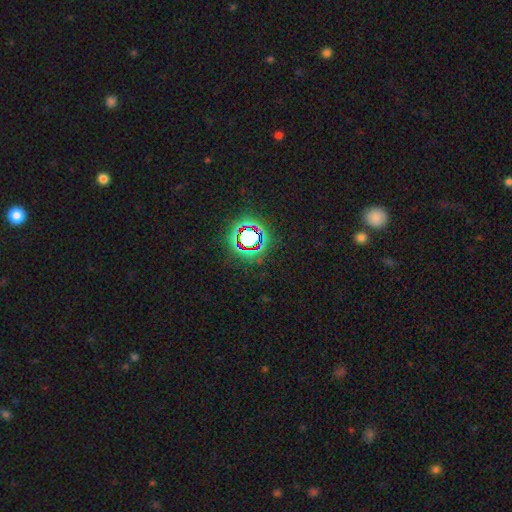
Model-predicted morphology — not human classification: A star or artifact, not a galaxy (71%).

Vote fractions:
- Smooth or featured? star or artifact: 71% / smooth: 20% / featured or disk: 9%